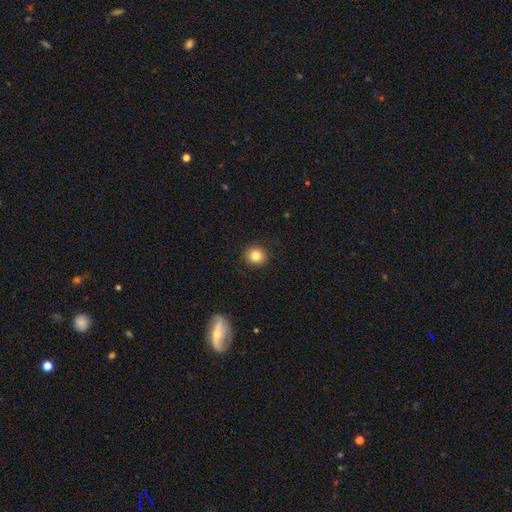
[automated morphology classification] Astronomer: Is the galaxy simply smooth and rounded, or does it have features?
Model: smooth — 82%.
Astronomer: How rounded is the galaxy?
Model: round — 89%.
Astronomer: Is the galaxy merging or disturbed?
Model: none — 92%.